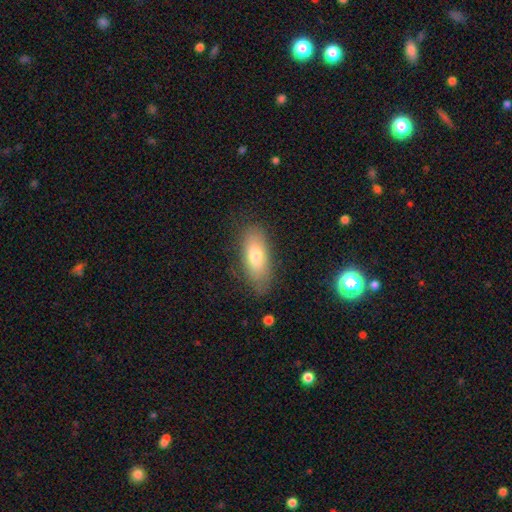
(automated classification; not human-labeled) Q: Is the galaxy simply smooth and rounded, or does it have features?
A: smooth — 74%.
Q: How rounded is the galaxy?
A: in between — 81%.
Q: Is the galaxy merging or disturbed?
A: none — 80%.